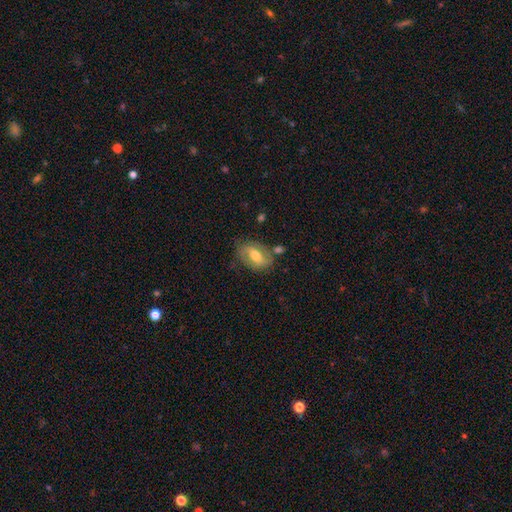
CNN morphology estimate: Smooth or featured: smooth — 46% (tied with featured or disk — 46%)
Merging: none — 68% (minor disturbance — 19%)